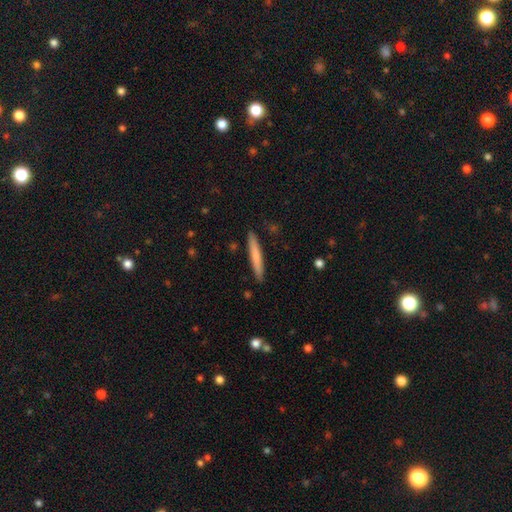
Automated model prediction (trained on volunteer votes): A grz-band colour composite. It shows a smooth galaxy with no disk features (72%) that is cigar-shaped (95%). Merging: none (90%).